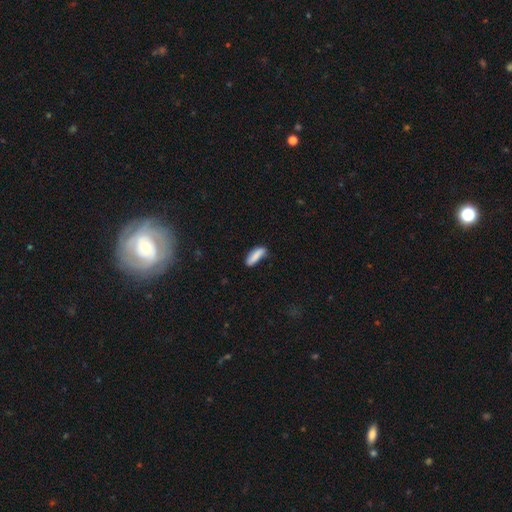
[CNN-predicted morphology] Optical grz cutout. It shows a smooth galaxy with no disk features (85%) that is cigar-shaped (50%). Merging: none (68%).